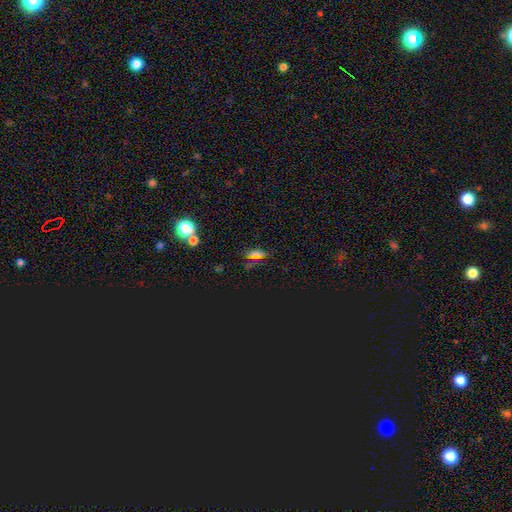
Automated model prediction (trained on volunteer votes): Smooth or featured: smooth — 46% (star or artifact — 38%)
Merging: none — 72% (minor disturbance — 16%)